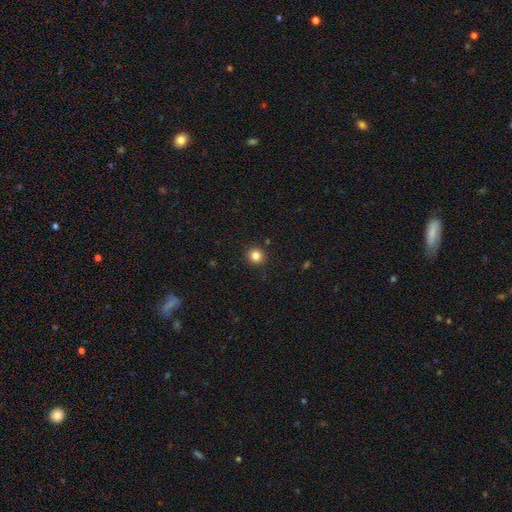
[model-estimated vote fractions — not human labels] Morphology: type=smooth (83%); roundness=round (94%); merging=none (92%).